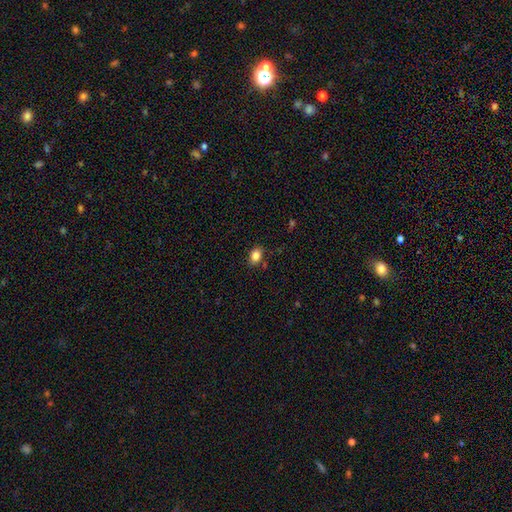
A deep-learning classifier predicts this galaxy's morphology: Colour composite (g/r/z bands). It shows a smooth galaxy with no disk features (85%) that is in between round and cigar-shaped (71%). Merging: none (81%).